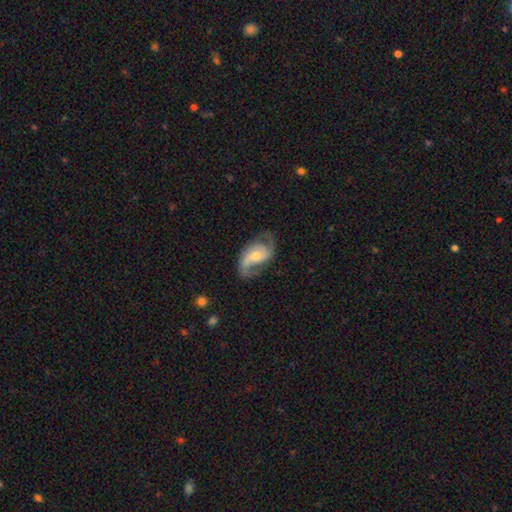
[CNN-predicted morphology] Smooth or featured: featured or disk — 84% (smooth — 11%)
Edge-on disk: no — 97% (yes — 3%)
Bar: no — 47% (weak — 39%)
Spiral arms: yes — 95% (no — 5%)
Spiral winding: loose — 46% (medium — 42%)
Spiral arm count: 2 — 85% (1 — 7%)
Bulge size: moderate — 50% (small — 43%)
Merging: none — 67% (minor disturbance — 18%)